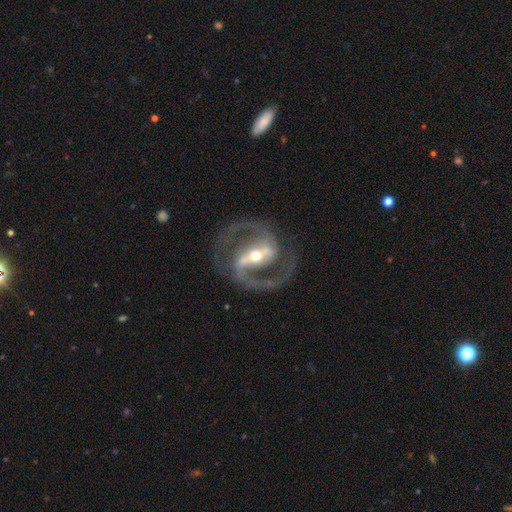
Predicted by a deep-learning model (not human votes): Smooth or featured?
  - featured or disk: 93% *
  - star or artifact: 4%
  - smooth: 3%
Edge-on disk?
  - no: 97% *
  - yes: 3%
Bar?
  - strong: 69% *
  - weak: 23%
  - no: 8%
Spiral arms?
  - yes: 98% *
  - no: 2%
Spiral winding?
  - medium: 67% *
  - tight: 22%
  - loose: 12%
Spiral arm count?
  - 2: 94% *
  - 3: 2%
  - can't tell: 1%
  - 1: 1%
  - 4: 1%
  - more than 4: 1%
Bulge size?
  - moderate: 58% *
  - small: 36%
  - large: 4%
  - none: 1%
  - dominant: 1%
Merging?
  - none: 82% *
  - minor disturbance: 11%
  - major disturbance: 6%
  - merger: 2%